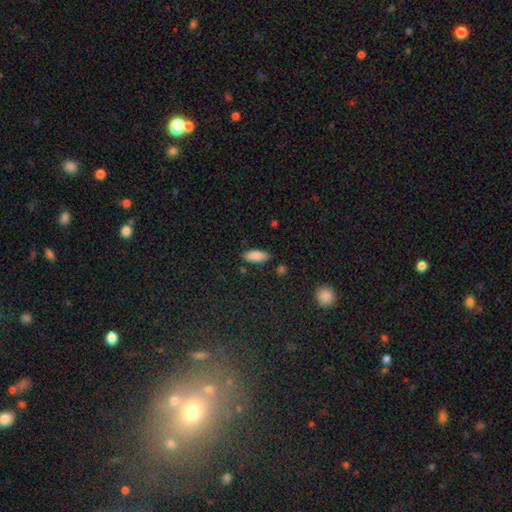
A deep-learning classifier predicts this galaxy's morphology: This appears to be a smooth galaxy with no disk features (87%) that is in between round and cigar-shaped (79%). Merging: none (81%).